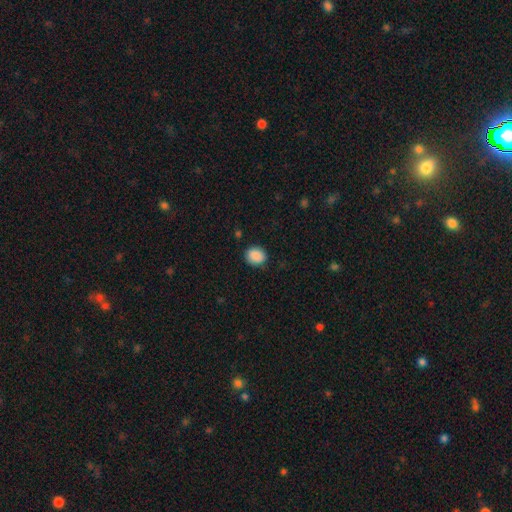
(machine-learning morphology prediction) The model was most divided on "how rounded": round: 69%, in between: 30%, cigar-shaped: 1%. More confident: smooth or featured — smooth (89%); merging — none (86%).